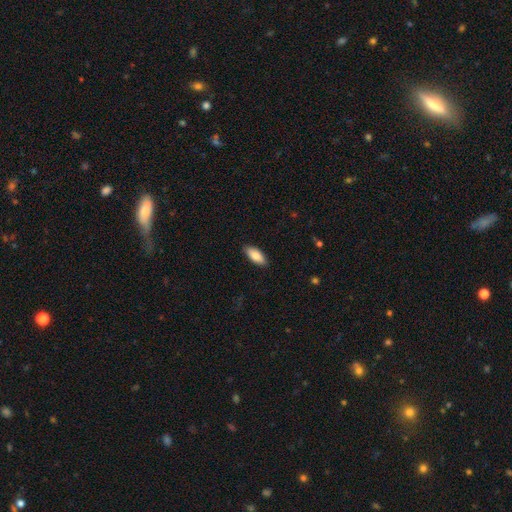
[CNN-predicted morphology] smooth 84%, featured or disk 10%, star or artifact 6%. Down the decision tree: how rounded — in between (85%); merging — none (88%).